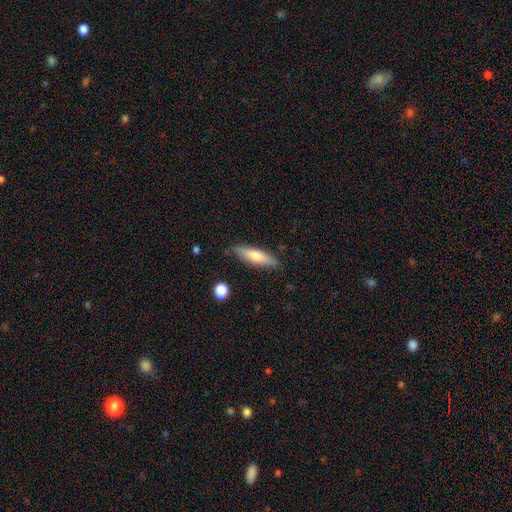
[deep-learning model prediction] This appears to be a smooth galaxy with no disk features (61%) that is cigar-shaped (72%). Merging: none (85%).